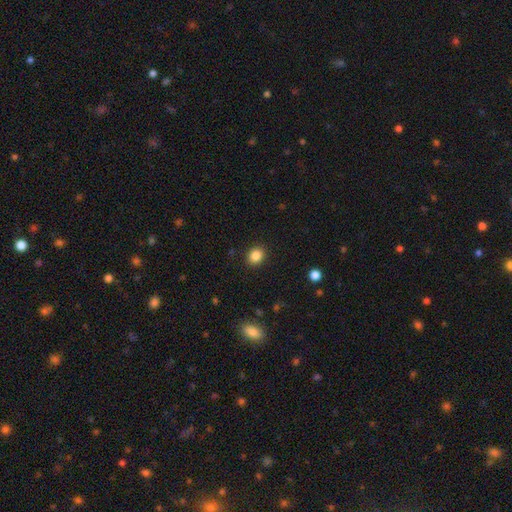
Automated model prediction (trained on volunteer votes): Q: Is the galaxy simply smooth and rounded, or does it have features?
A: smooth — 86%.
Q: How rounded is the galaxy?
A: round — 60%.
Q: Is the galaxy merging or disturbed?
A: none — 90%.